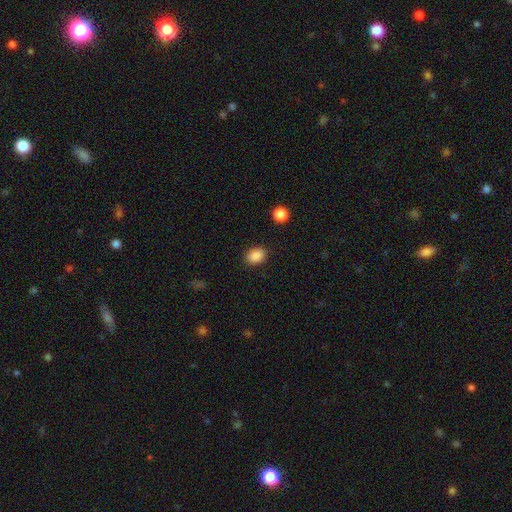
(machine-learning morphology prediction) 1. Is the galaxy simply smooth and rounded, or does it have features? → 88% smooth, 9% star or artifact, 3% featured or disk.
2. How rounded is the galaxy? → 70% in between, 29% round, 1% cigar-shaped.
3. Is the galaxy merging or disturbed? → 88% none, 8% minor disturbance, 3% major disturbance, 1% merger.